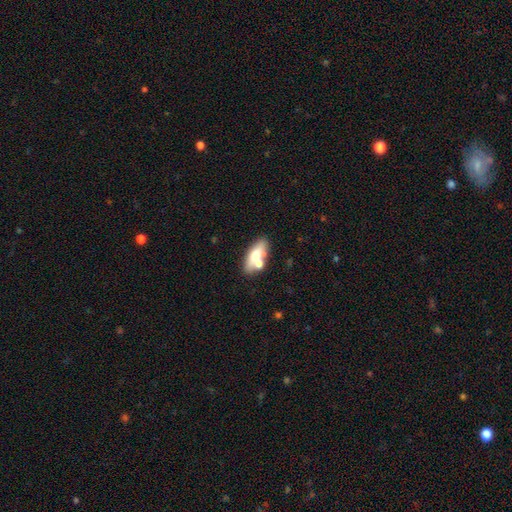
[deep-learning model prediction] Morphology: type=smooth (60%); roundness=in between (77%); merging=none (61%).